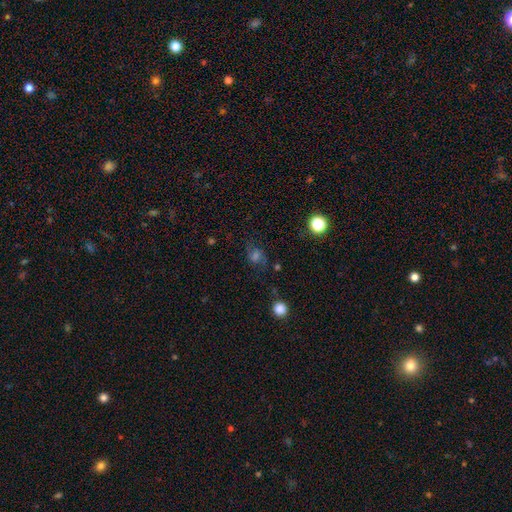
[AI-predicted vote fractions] smooth-or-featured: smooth: 39% | featured or disk: 35% | star or artifact: 25%
  merging: none: 70% | minor disturbance: 17% | major disturbance: 10% | merger: 3%